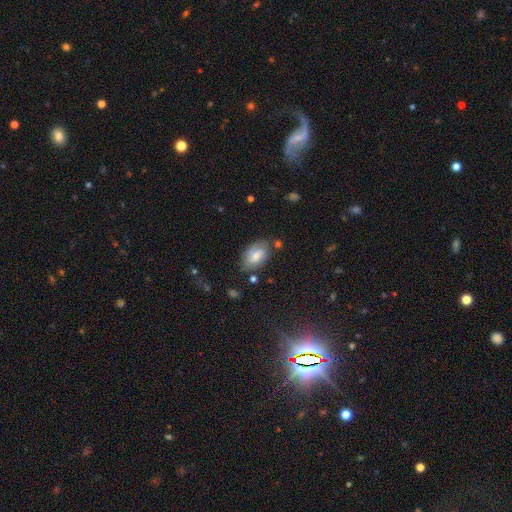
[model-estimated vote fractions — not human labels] Morphology: type=smooth (51%); roundness=in between (89%); merging=none (67%).